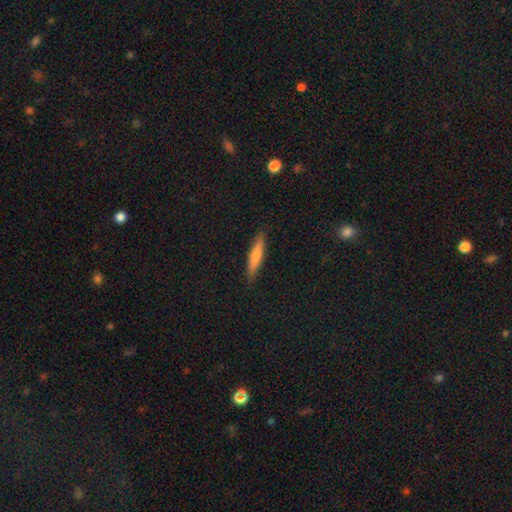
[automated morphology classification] A smooth galaxy with no disk features (61%) that is cigar-shaped (89%). Merging: none (89%).